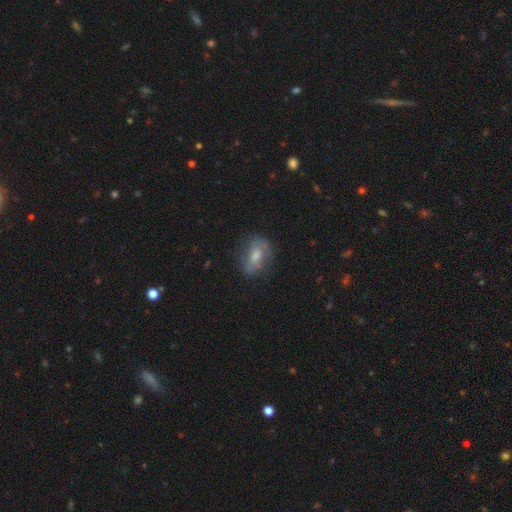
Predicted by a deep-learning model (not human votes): This appears to be a smooth galaxy with no disk features (55%) that is in between round and cigar-shaped (77%). Merging: none (65%).